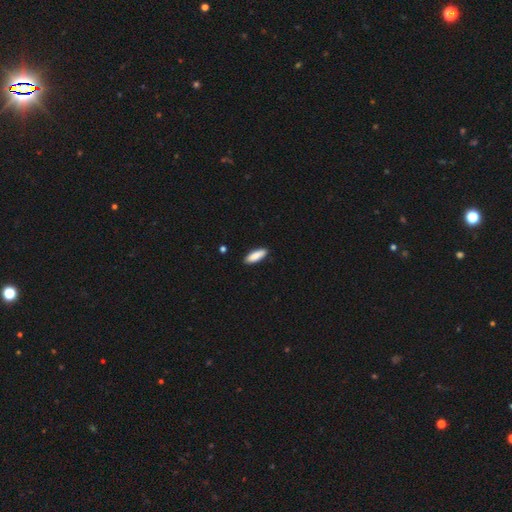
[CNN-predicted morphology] Smooth or featured?
  - smooth: 87% *
  - featured or disk: 7%
  - star or artifact: 5%
How rounded?
  - in between: 56% *
  - cigar-shaped: 42%
  - round: 2%
Merging?
  - none: 89% *
  - minor disturbance: 8%
  - major disturbance: 2%
  - merger: 1%